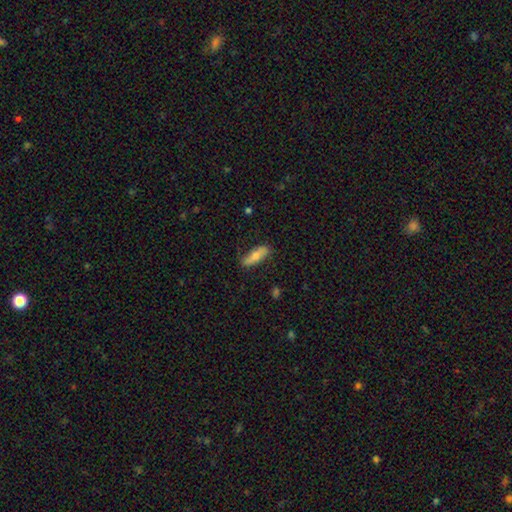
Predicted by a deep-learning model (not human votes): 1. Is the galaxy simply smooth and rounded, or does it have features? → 60% smooth, 33% featured or disk, 6% star or artifact.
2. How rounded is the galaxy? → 49% cigar-shaped, 48% in between, 3% round.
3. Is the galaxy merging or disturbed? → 79% none, 16% minor disturbance, 3% major disturbance, 1% merger.